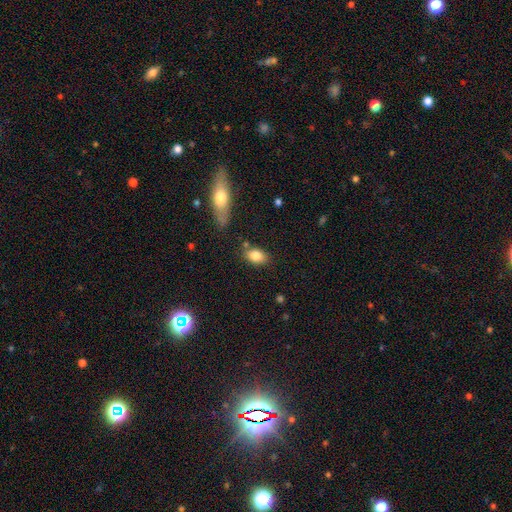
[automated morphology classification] Smooth or featured: smooth — 83% (featured or disk — 9%)
How rounded: in between — 85% (round — 12%)
Merging: none — 76% (minor disturbance — 14%)